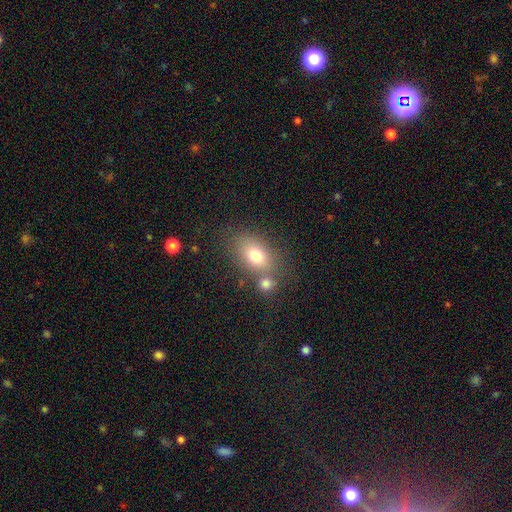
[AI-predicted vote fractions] smooth-or-featured: smooth: 75% | featured or disk: 14% | star or artifact: 10%
  how-rounded: in between: 80% | round: 18% | cigar-shaped: 2%
  merging: none: 55% | merger: 27% | minor disturbance: 13% | major disturbance: 5%